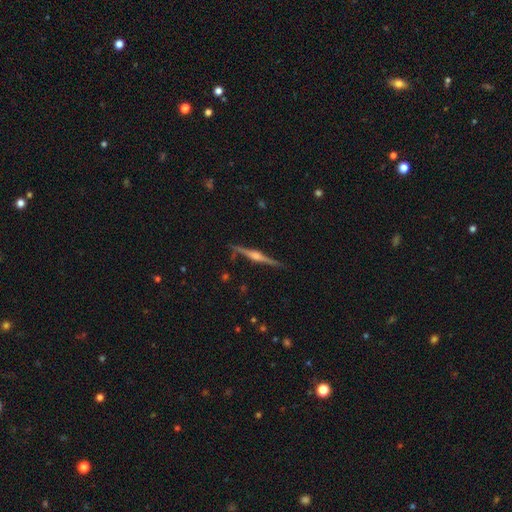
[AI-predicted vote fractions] The model was most divided on "smooth or featured": featured or disk: 85%, smooth: 9%, star or artifact: 5%. More confident: edge-on disk — yes (98%); merging — none (89%); edge-on bulge — rounded (87%).